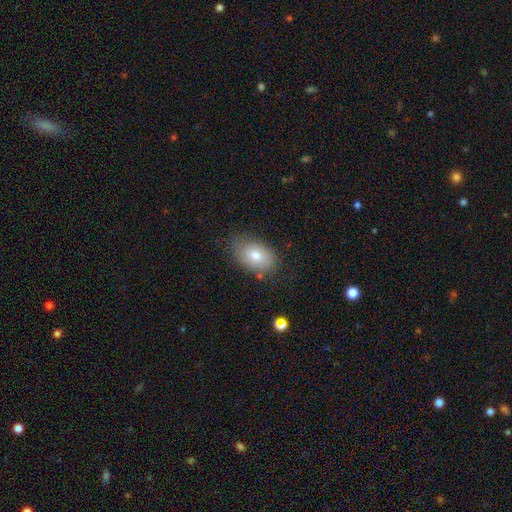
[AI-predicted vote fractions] Morphology: type=smooth (73%); roundness=in between (85%); merging=none (73%).